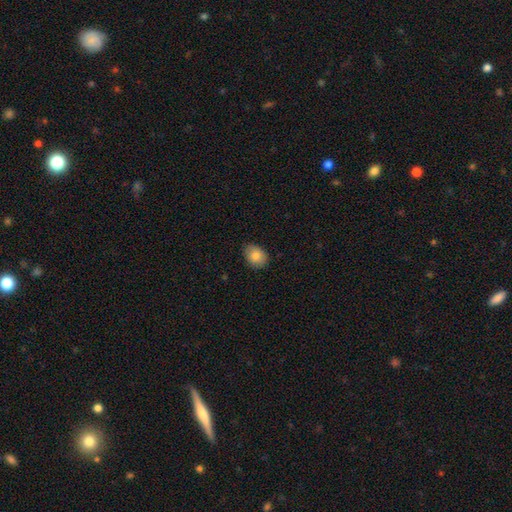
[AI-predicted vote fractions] smooth 82%, featured or disk 10%, star or artifact 8%. Down the decision tree: how rounded — in between (62%); merging — none (82%).